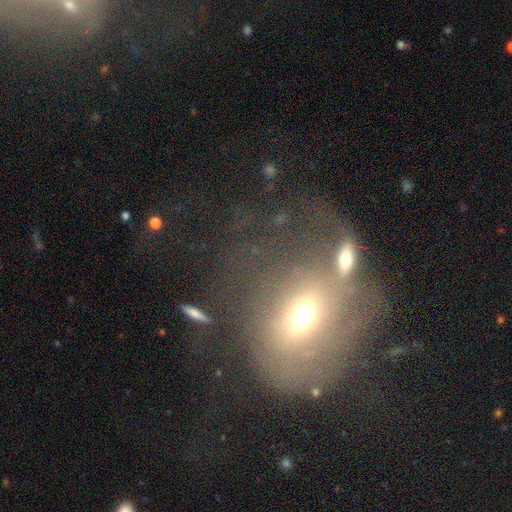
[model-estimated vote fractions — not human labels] Smooth or featured? Predicted: featured or disk (p=0.45). Merging? Predicted: major disturbance (p=0.32).